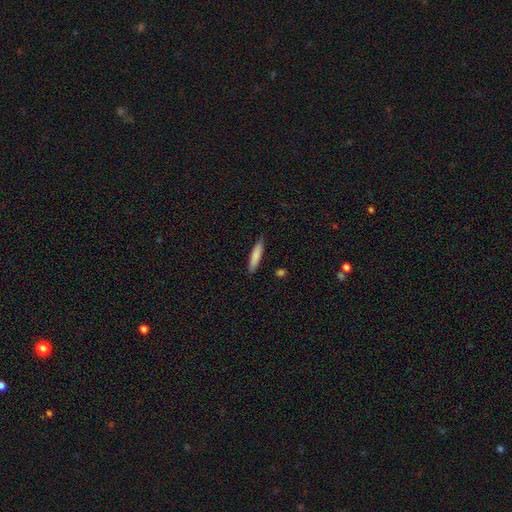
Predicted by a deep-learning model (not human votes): Q: Smooth or featured?
A: smooth (82%); runner-up: featured or disk (12%)
Q: How rounded?
A: cigar-shaped (85%); runner-up: in between (14%)
Q: Merging?
A: none (87%); runner-up: minor disturbance (10%)